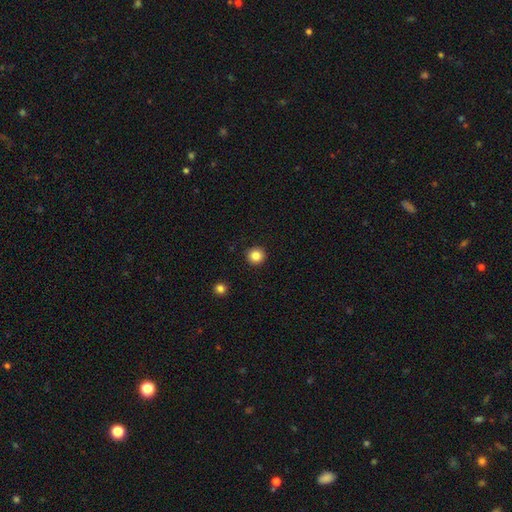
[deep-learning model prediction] This appears to be a smooth galaxy with no disk features (85%) that is round (95%). Merging: none (93%).